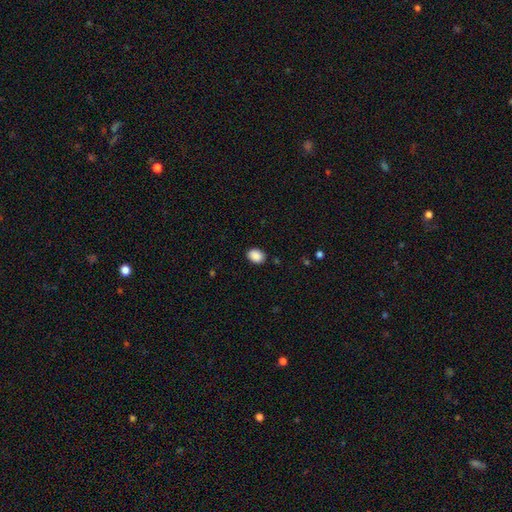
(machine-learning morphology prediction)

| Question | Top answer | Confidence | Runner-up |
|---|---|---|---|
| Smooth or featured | smooth | 89% | star or artifact (8%) |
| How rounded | in between | 71% | round (28%) |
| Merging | none | 87% | minor disturbance (9%) |